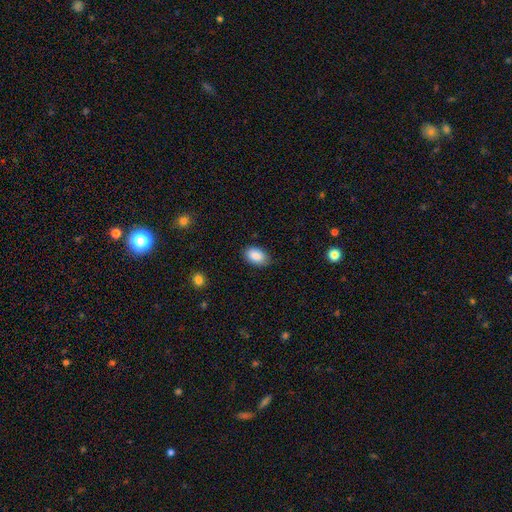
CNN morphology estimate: A smooth galaxy with no disk features (88%) that is in between round and cigar-shaped (90%). Merging: none (75%).